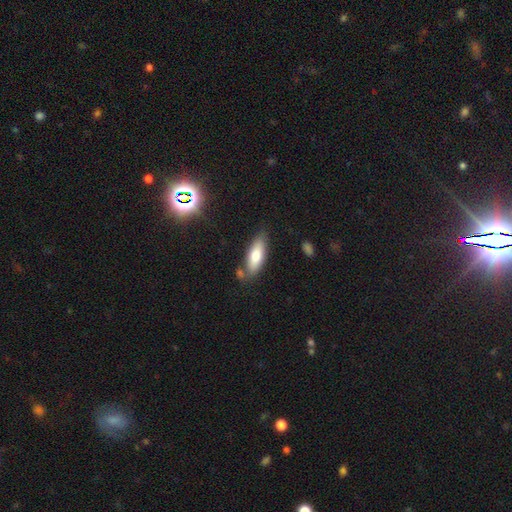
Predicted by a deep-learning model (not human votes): A smooth galaxy with no disk features (73%) that is in between round and cigar-shaped (65%).

Vote fractions:
- Smooth or featured? smooth: 73% / featured or disk: 20% / star or artifact: 7%
- How rounded? in between: 65% / cigar-shaped: 33% / round: 2%
- Merging? none: 73% / minor disturbance: 15% / merger: 8% / major disturbance: 3%